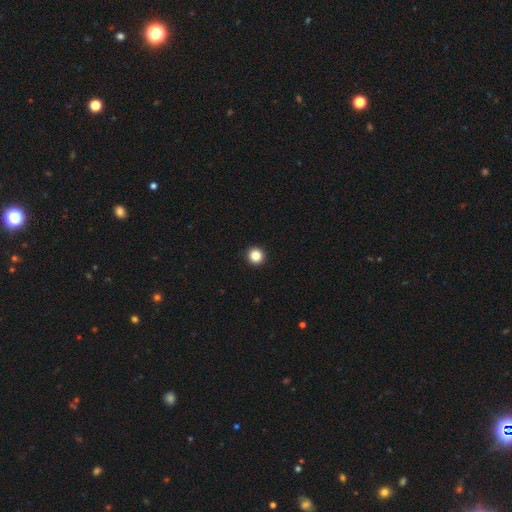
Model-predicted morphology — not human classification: Smooth or featured? Predicted: smooth (p=0.85). How rounded? Predicted: round (p=0.96). Merging? Predicted: none (p=0.94).